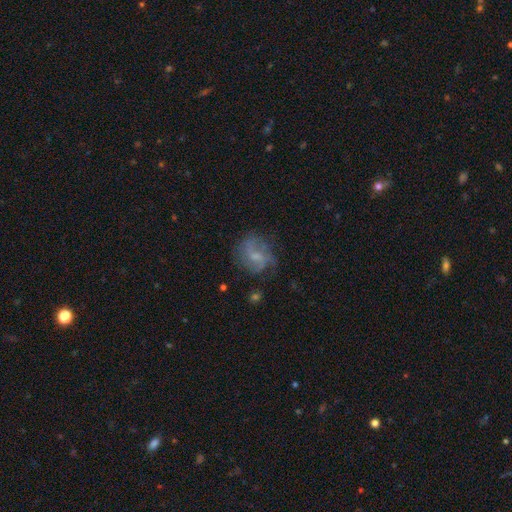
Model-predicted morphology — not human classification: Smooth or featured: featured or disk — 58% (smooth — 32%)
Edge-on disk: no — 97% (yes — 3%)
Bar: weak — 47% (no — 44%)
Spiral arms: yes — 77% (no — 23%)
Bulge size: small — 44% (moderate — 29%)
Merging: none — 56% (minor disturbance — 24%)